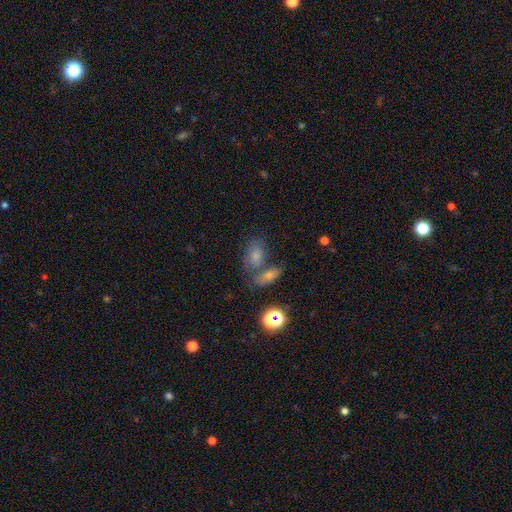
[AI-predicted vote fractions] Morphology: type=smooth (70%); roundness=in between (84%); merging=merger (42%).